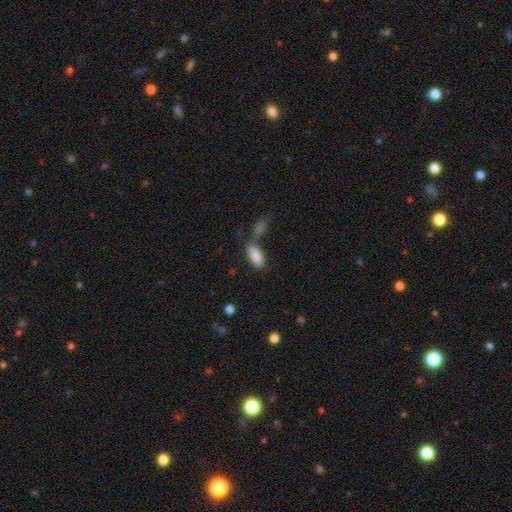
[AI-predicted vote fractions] This appears to be a smooth galaxy with no disk features (88%) that is in between round and cigar-shaped (84%). Merging: none (57%).